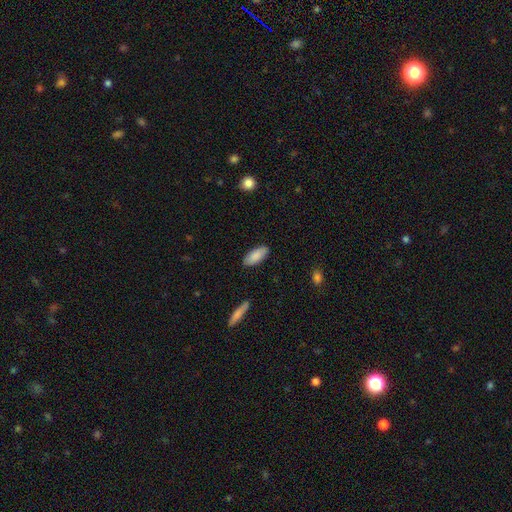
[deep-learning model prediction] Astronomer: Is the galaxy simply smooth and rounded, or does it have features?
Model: smooth — 86%.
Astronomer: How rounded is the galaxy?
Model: in between — 84%.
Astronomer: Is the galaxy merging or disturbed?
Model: none — 87%.